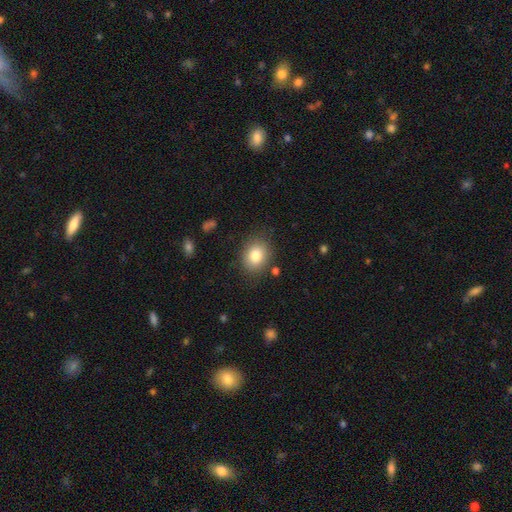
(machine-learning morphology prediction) This appears to be a smooth galaxy with no disk features (81%) that is round (51%). Merging: none (83%).